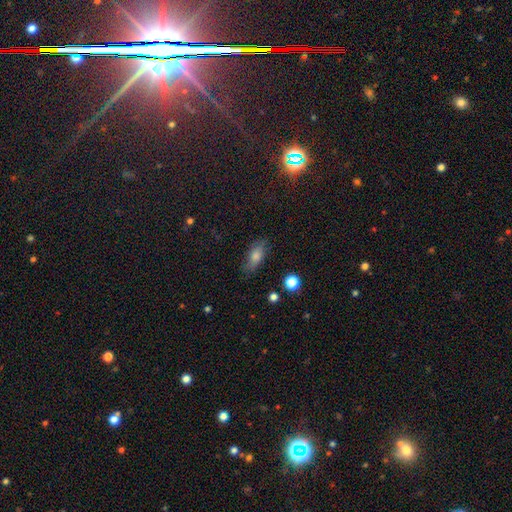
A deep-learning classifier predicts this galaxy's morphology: type=smooth (58%); roundness=in between (73%); merging=none (78%).